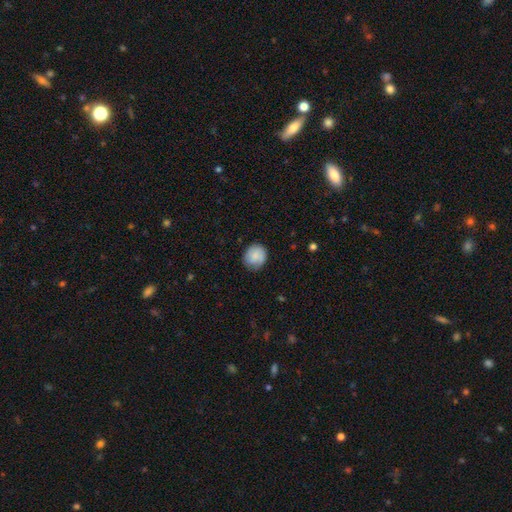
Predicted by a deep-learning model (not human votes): smooth-or-featured: smooth: 79% | featured or disk: 14% | star or artifact: 7%
  how-rounded: round: 79% | in between: 20% | cigar-shaped: 1%
  merging: none: 75% | minor disturbance: 19% | major disturbance: 4% | merger: 1%